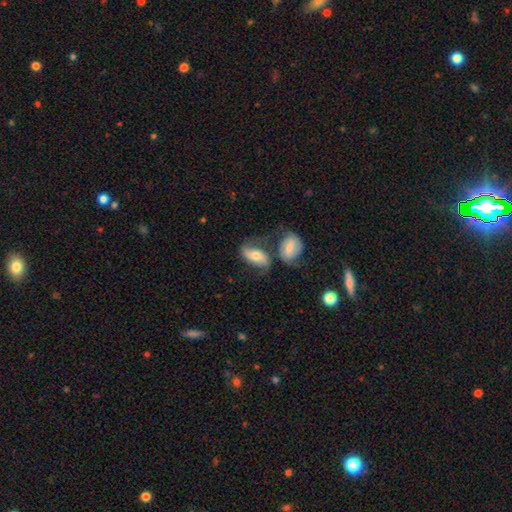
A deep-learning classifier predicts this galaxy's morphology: Smooth or featured? featured or disk (55%)
Edge-on disk? no (92%)
Bar? no (40%)
Spiral arms? yes (84%)
Bulge size? moderate (58%)
Merging? merger (43%)